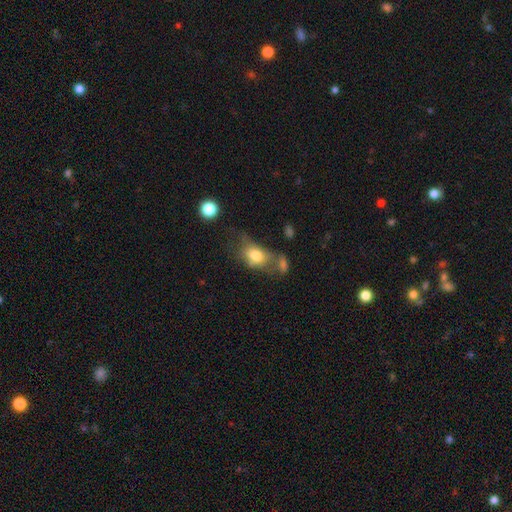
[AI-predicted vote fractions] Morphology: type=smooth (73%); roundness=in between (78%); merging=none (29%).